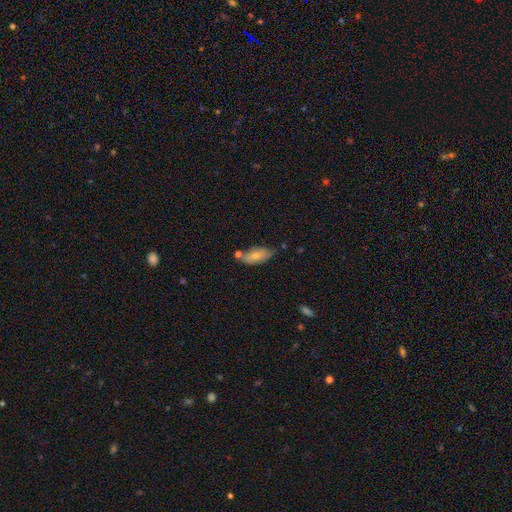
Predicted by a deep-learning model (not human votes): Smooth or featured: smooth — 67% (featured or disk — 26%)
How rounded: in between — 85% (cigar-shaped — 12%)
Merging: none — 58% (minor disturbance — 23%)